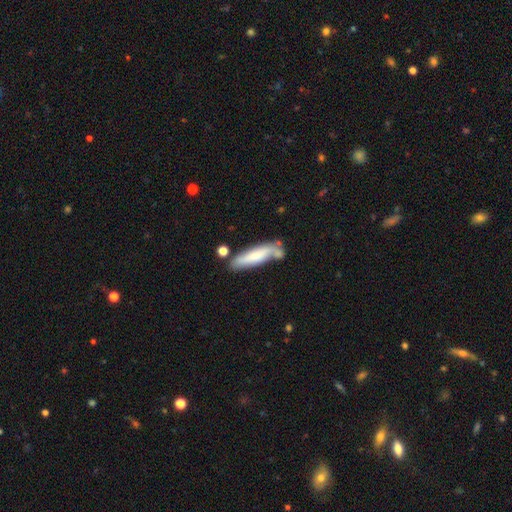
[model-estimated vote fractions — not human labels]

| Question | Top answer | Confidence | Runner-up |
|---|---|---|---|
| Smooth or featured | smooth | 65% | featured or disk (29%) |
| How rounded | cigar-shaped | 73% | in between (25%) |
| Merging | none | 51% | minor disturbance (23%) |